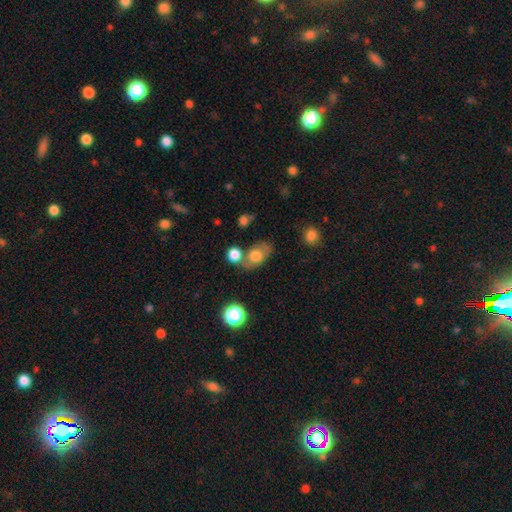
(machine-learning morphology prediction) Smooth or featured?
  - smooth: 69% *
  - featured or disk: 22%
  - star or artifact: 9%
How rounded?
  - in between: 78% *
  - round: 20%
  - cigar-shaped: 2%
Merging?
  - none: 55% *
  - merger: 22%
  - minor disturbance: 17%
  - major disturbance: 7%